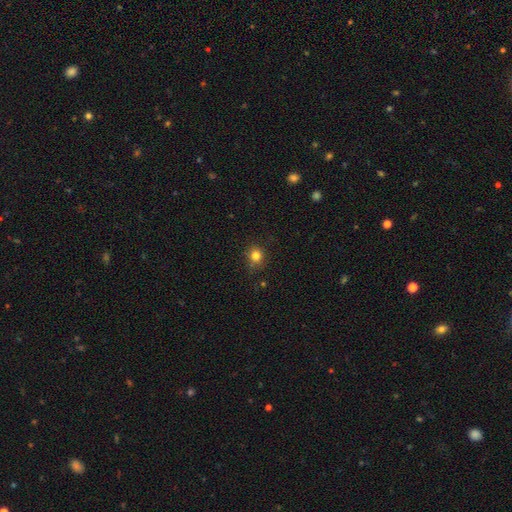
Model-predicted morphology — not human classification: smooth-or-featured: smooth: 81% | star or artifact: 14% | featured or disk: 6%
  how-rounded: round: 85% | in between: 14% | cigar-shaped: 1%
  merging: none: 81% | minor disturbance: 14% | major disturbance: 3% | merger: 2%